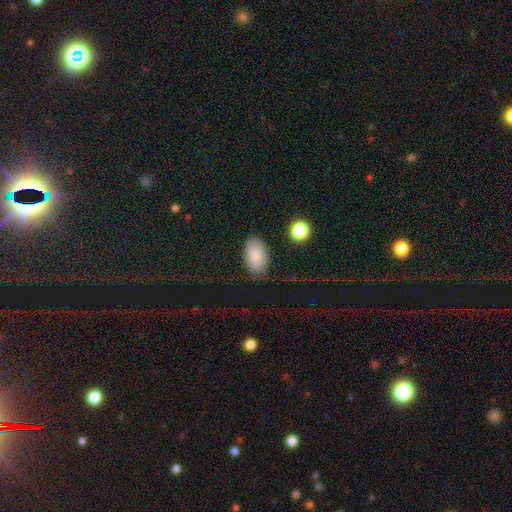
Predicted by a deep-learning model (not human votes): A smooth galaxy with no disk features (86%) that is in between round and cigar-shaped (94%).

Vote fractions:
- Smooth or featured? smooth: 86% / star or artifact: 7% / featured or disk: 7%
- How rounded? in between: 94% / round: 5% / cigar-shaped: 1%
- Merging? none: 79% / minor disturbance: 15% / major disturbance: 4% / merger: 2%